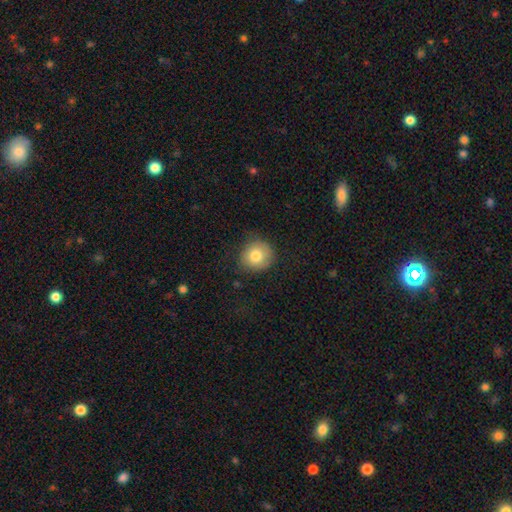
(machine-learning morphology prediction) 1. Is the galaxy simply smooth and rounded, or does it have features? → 79% smooth, 12% featured or disk, 9% star or artifact.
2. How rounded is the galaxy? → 88% round, 11% in between, 1% cigar-shaped.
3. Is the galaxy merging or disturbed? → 76% none, 18% minor disturbance, 5% major disturbance, 1% merger.